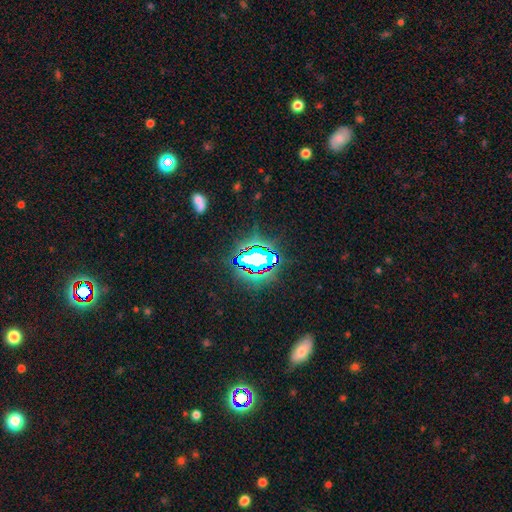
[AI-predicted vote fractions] A star or artifact, not a galaxy (70%).